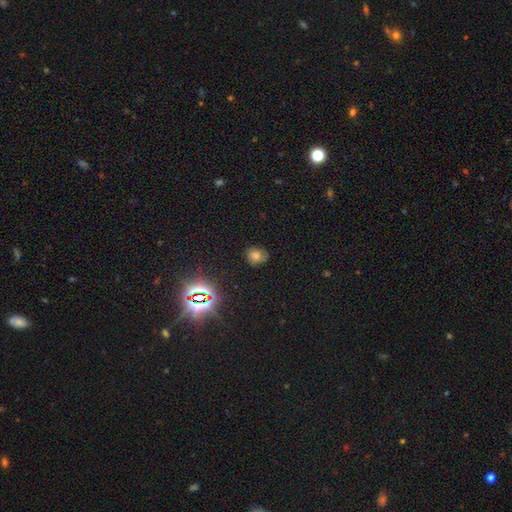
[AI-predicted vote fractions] Morphology: type=smooth (51%); roundness=round (65%); merging=none (78%).